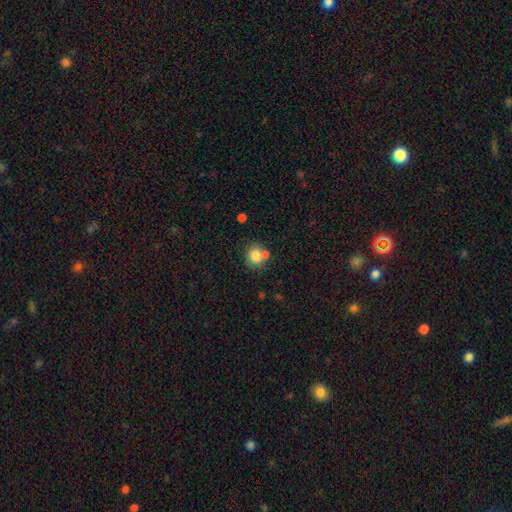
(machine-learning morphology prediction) A smooth galaxy with no disk features (80%) that is round (72%). Merging: none (56%).